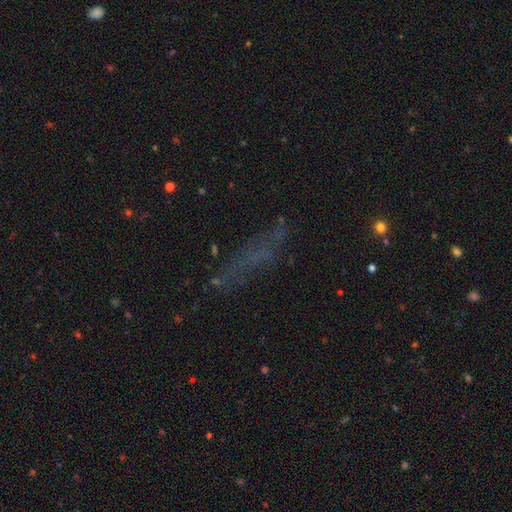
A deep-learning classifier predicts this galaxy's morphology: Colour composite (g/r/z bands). It shows a smooth galaxy with no disk features (36%). Merging: none (64%).